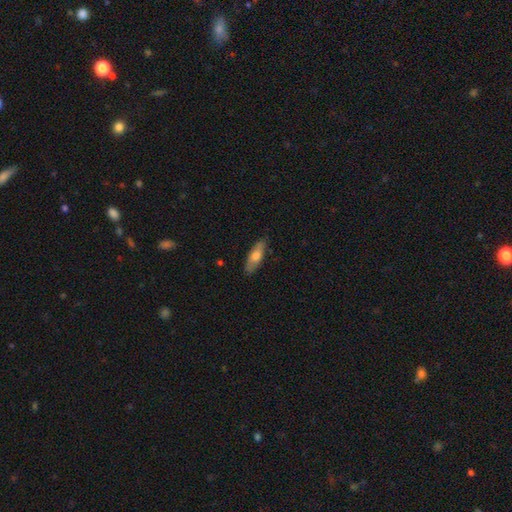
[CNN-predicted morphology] A smooth galaxy with no disk features (64%) that is in between round and cigar-shaped (55%).

Vote fractions:
- Smooth or featured? smooth: 64% / featured or disk: 30% / star or artifact: 6%
- How rounded? in between: 55% / cigar-shaped: 43% / round: 2%
- Merging? none: 83% / minor disturbance: 14% / major disturbance: 2% / merger: 1%